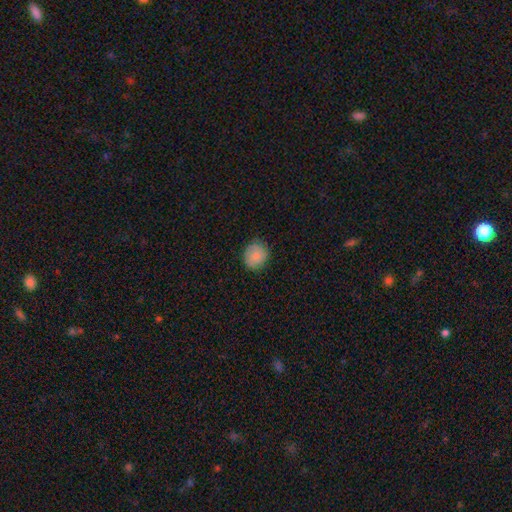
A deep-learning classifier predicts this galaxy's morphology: Smooth or featured? Predicted: smooth (p=0.85). How rounded? Predicted: round (p=0.73). Merging? Predicted: none (p=0.82).